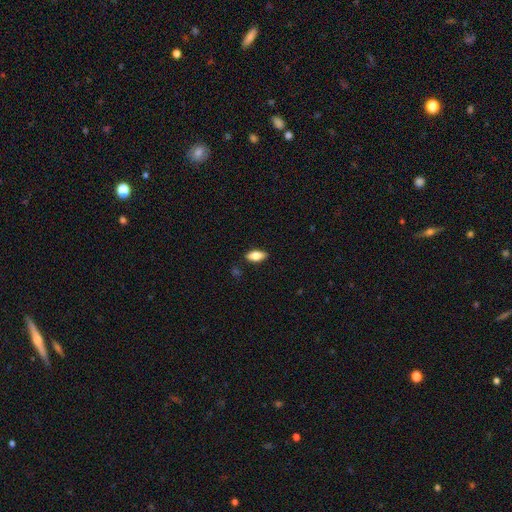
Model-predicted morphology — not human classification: This is likely a smooth galaxy (76%). How rounded: clearly in between (87%). Merging: clearly none (87%).